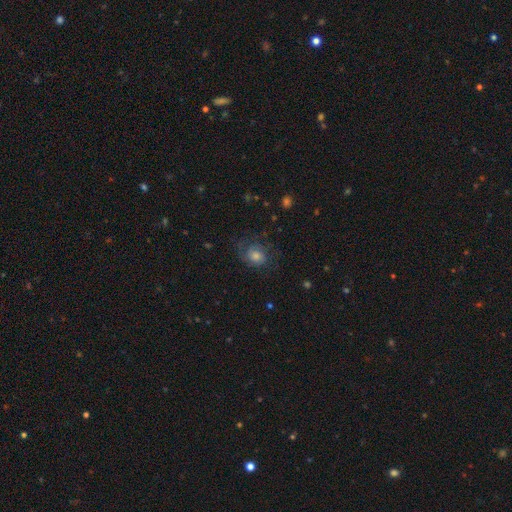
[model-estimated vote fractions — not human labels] This is marginally a featured or disk galaxy (43%). Merging: likely none (66%).